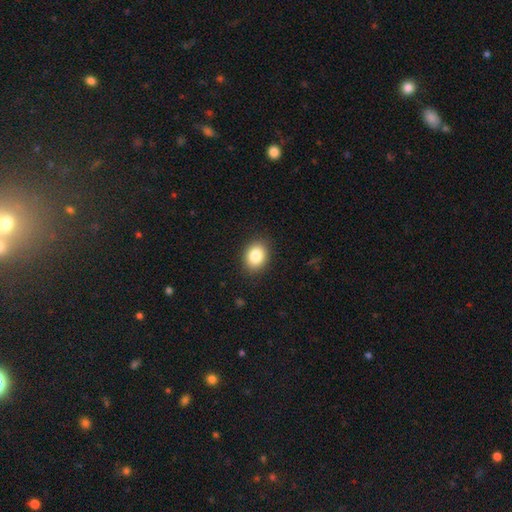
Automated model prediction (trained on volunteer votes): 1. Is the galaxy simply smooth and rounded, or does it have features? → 84% smooth, 9% star or artifact, 7% featured or disk.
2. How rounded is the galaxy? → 56% in between, 44% round, 1% cigar-shaped.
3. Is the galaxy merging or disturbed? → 89% none, 8% minor disturbance, 2% major disturbance, 1% merger.